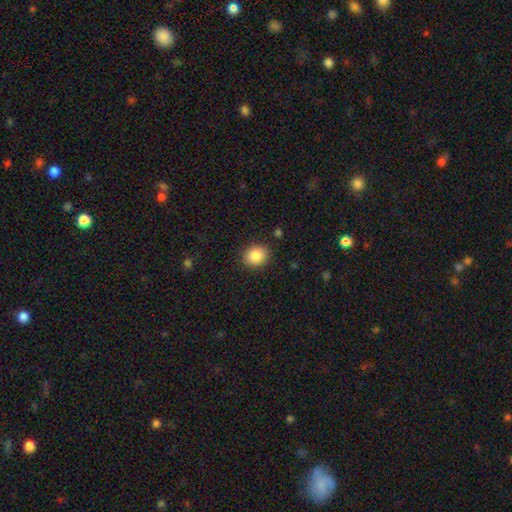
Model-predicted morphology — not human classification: smooth-or-featured: smooth: 87% | star or artifact: 8% | featured or disk: 5%
  how-rounded: round: 57% | in between: 42% | cigar-shaped: 1%
  merging: none: 88% | minor disturbance: 9% | major disturbance: 2% | merger: 1%